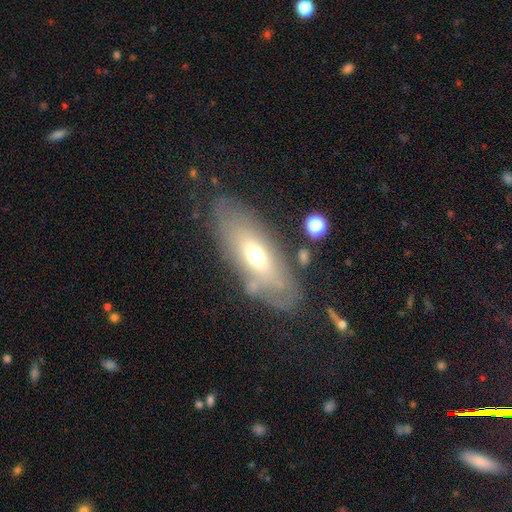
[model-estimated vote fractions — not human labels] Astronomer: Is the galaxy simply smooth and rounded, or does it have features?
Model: smooth — 47% (runner-up: featured or disk, 45%).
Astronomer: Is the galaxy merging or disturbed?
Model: none — 70%.